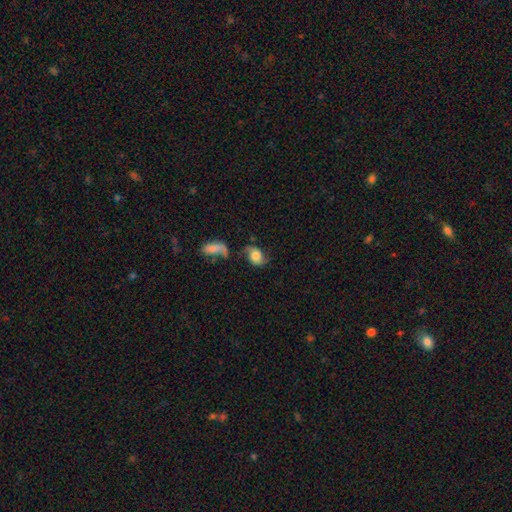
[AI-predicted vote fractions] A featured or disk galaxy (46%).

Vote fractions:
- Smooth or featured? featured or disk: 46% / smooth: 45% / star or artifact: 9%
- Merging? none: 49% / minor disturbance: 21% / major disturbance: 17% / merger: 13%